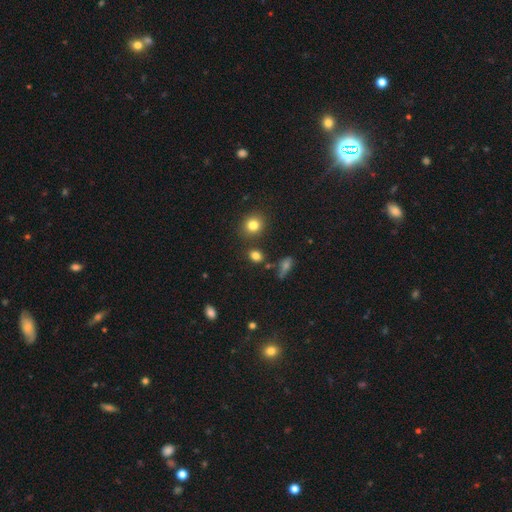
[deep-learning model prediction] This appears to be a smooth galaxy with no disk features (80%) that is round (52%). Merging: none (77%).